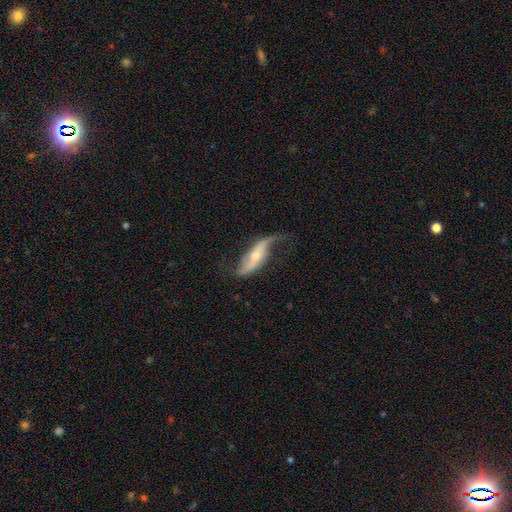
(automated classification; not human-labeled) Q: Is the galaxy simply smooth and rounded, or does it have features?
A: featured or disk — 82%.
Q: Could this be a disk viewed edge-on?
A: no — 88%.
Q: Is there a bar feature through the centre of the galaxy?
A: no — 39%.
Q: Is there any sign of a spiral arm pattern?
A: yes — 93%.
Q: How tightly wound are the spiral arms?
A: loose — 89%.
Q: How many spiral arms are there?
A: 2 — 87%.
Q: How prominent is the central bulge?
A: small — 55%.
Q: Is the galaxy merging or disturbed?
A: none — 60%.